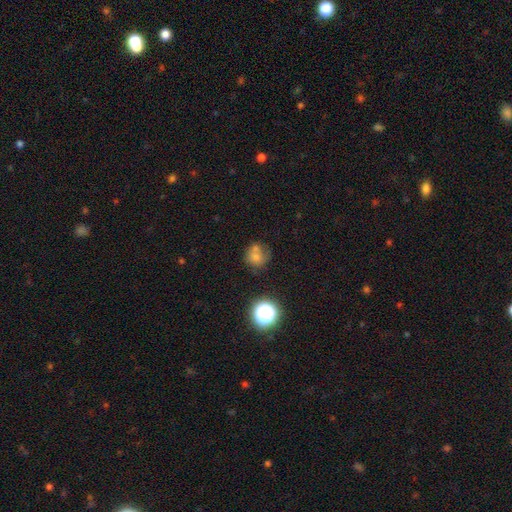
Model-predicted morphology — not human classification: Smooth or featured? smooth (68%)
How rounded? round (83%)
Merging? none (50%)